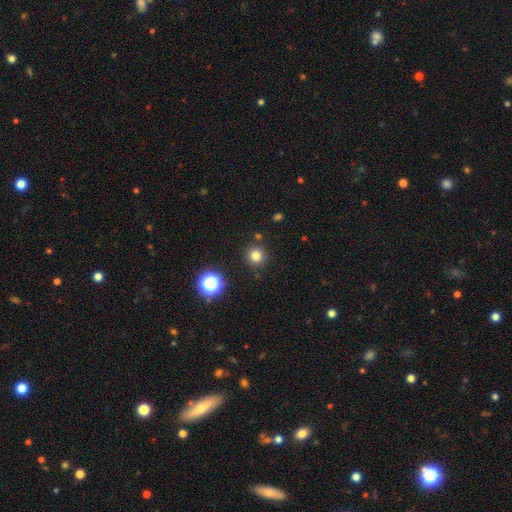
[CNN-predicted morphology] A smooth galaxy with no disk features (78%) that is round (94%).

Vote fractions:
- Smooth or featured? smooth: 78% / star or artifact: 16% / featured or disk: 6%
- How rounded? round: 94% / in between: 5% / cigar-shaped: 1%
- Merging? none: 89% / minor disturbance: 6% / merger: 3% / major disturbance: 2%